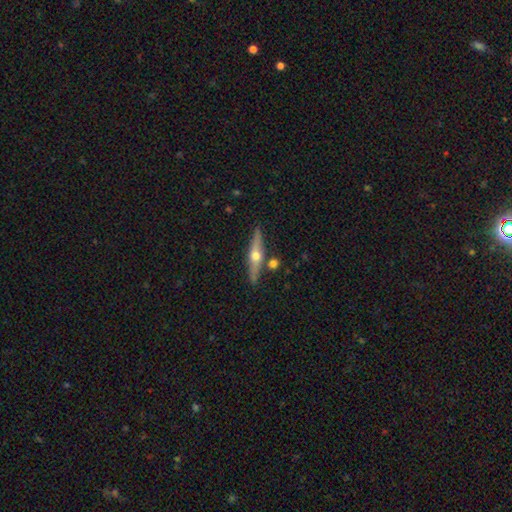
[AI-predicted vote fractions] This is likely a featured or disk galaxy (69%). It is clearly viewed edge-on (95%). Edge-on bulge: clearly rounded (95%). Merging: clearly none (82%).